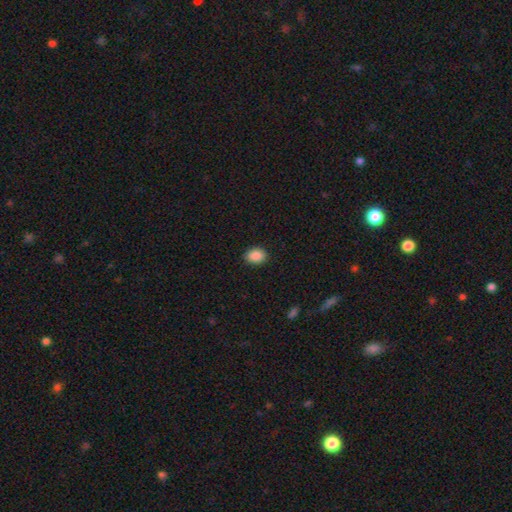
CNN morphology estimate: This is clearly a smooth galaxy (89%). How rounded: likely in between (63%). Merging: clearly none (89%).